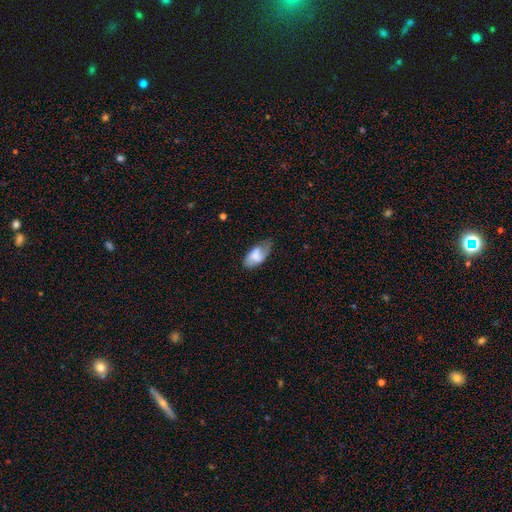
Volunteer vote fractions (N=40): This is likely a smooth galaxy (60%). How rounded: clearly in between (96%). Merging: likely none (62%).